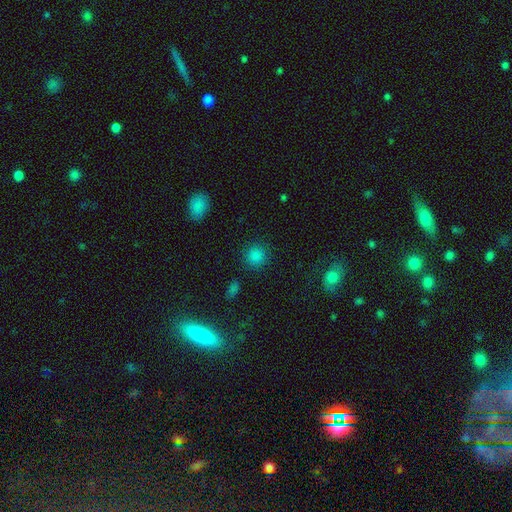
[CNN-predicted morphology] Smooth or featured? Predicted: smooth (p=0.82). How rounded? Predicted: round (p=0.92). Merging? Predicted: none (p=0.88).